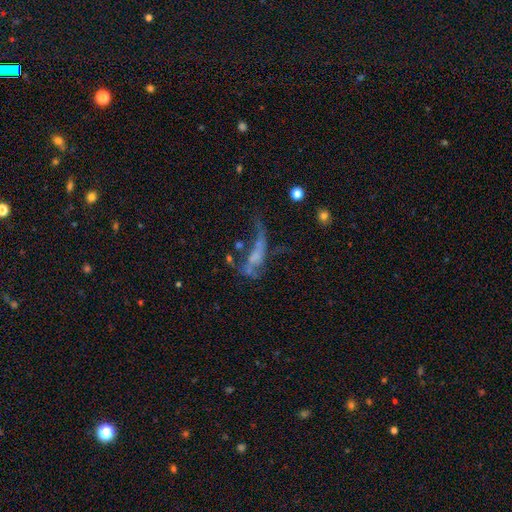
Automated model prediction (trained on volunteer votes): Overall: featured or disk (55%; smooth 27%). Edge-on disk: no (84%). Merging: major disturbance (45%; none 22%).